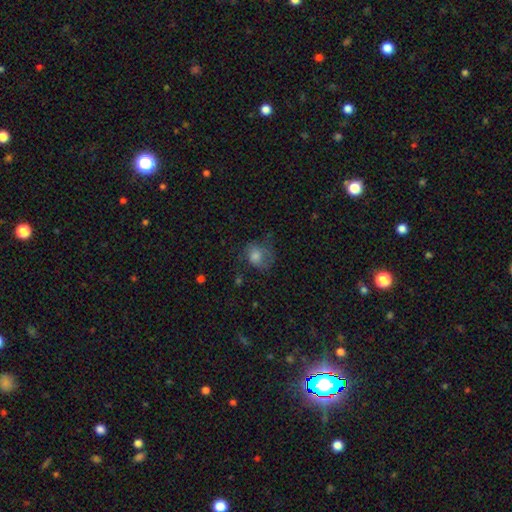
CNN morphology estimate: type=smooth (64%); roundness=round (61%); merging=none (48%).